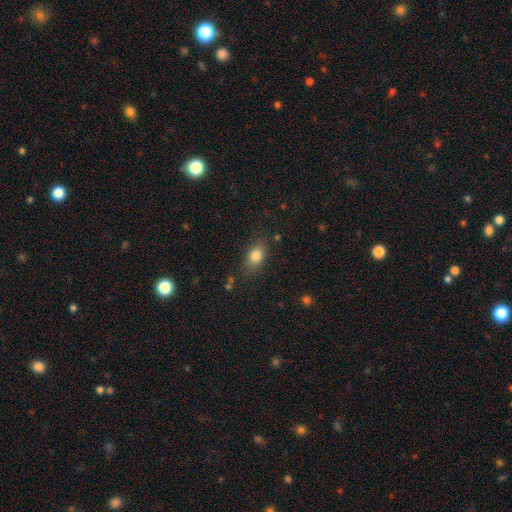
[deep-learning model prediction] Smooth or featured?
  - smooth: 81% *
  - star or artifact: 10%
  - featured or disk: 9%
How rounded?
  - in between: 75% *
  - round: 22%
  - cigar-shaped: 3%
Merging?
  - none: 78% *
  - minor disturbance: 15%
  - major disturbance: 5%
  - merger: 2%